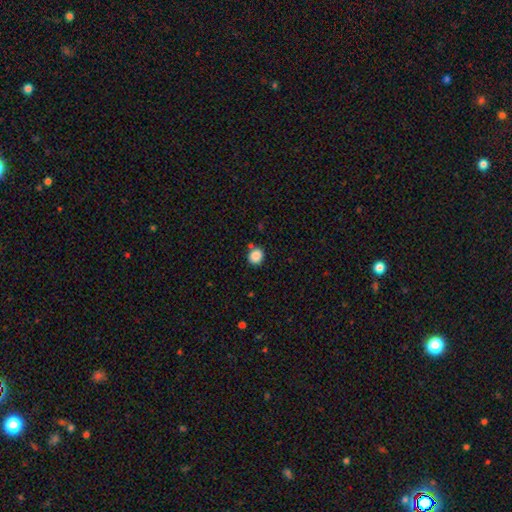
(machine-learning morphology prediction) Smooth or featured? smooth (87%)
How rounded? round (81%)
Merging? none (78%)